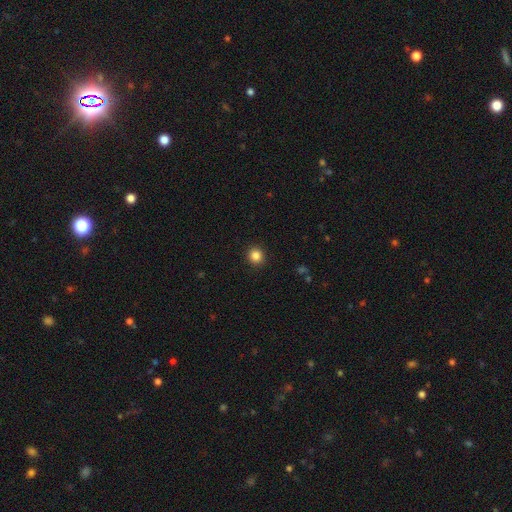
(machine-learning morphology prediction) This appears to be a smooth galaxy with no disk features (85%) that is round (91%). Merging: none (92%).